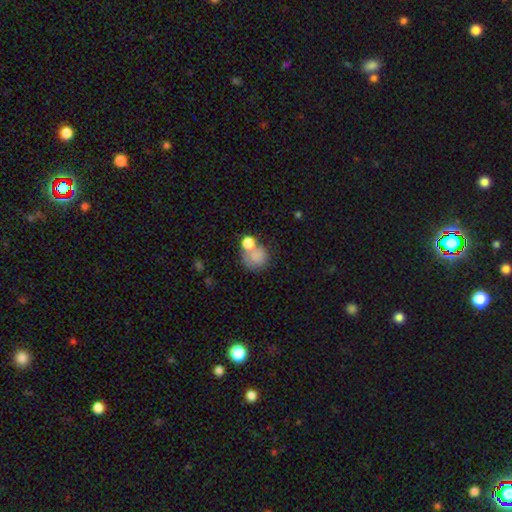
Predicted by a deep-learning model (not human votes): Smooth or featured? Predicted: smooth (p=0.77). How rounded? Predicted: round (p=0.81). Merging? Predicted: none (p=0.44).